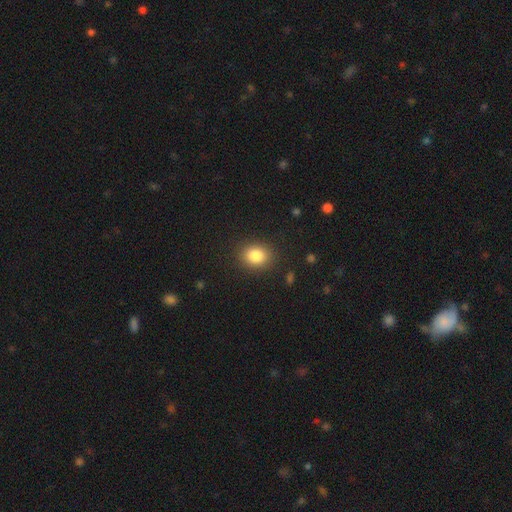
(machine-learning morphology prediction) Smooth or featured?
  - smooth: 84% *
  - star or artifact: 10%
  - featured or disk: 6%
How rounded?
  - round: 52% *
  - in between: 47%
  - cigar-shaped: 1%
Merging?
  - none: 87% *
  - minor disturbance: 9%
  - major disturbance: 3%
  - merger: 1%